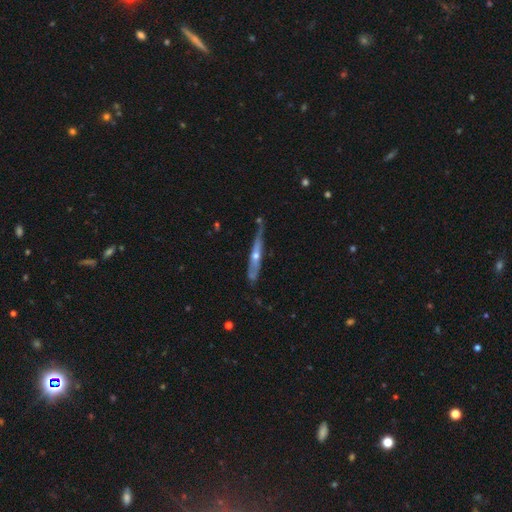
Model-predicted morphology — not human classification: smooth-or-featured: featured or disk: 65% | smooth: 29% | star or artifact: 6%
  disk-edge-on: yes: 84% | no: 16%
    edge-on-bulge: rounded: 76% | none: 20% | boxy: 3%
  merging: none: 57% | minor disturbance: 30% | major disturbance: 8% | merger: 5%